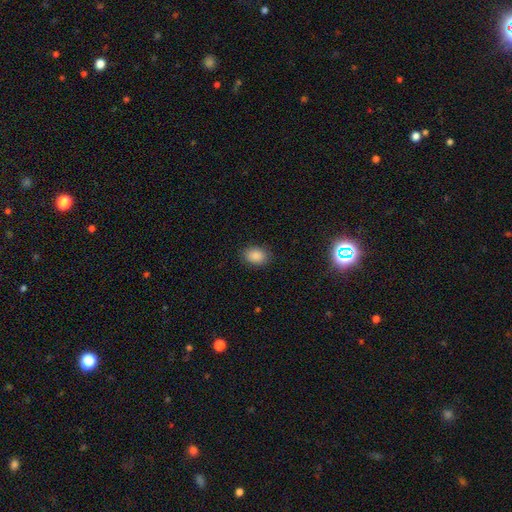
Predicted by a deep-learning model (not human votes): Smooth or featured? smooth (87%)
How rounded? in between (73%)
Merging? none (86%)